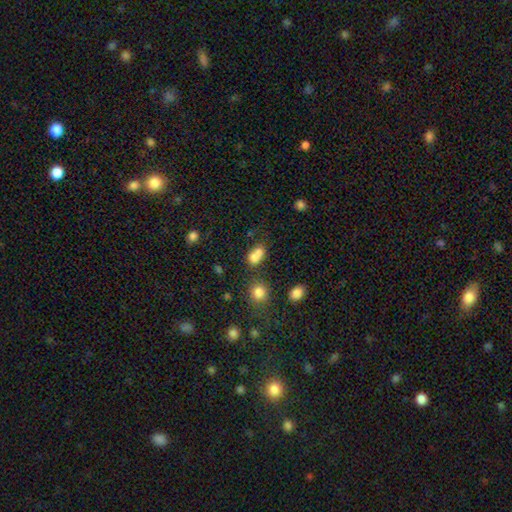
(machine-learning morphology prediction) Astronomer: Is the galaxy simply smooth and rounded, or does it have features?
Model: smooth — 76%.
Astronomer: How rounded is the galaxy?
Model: in between — 61%.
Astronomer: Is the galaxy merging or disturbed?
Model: merger — 54% (runner-up: none, 30%).